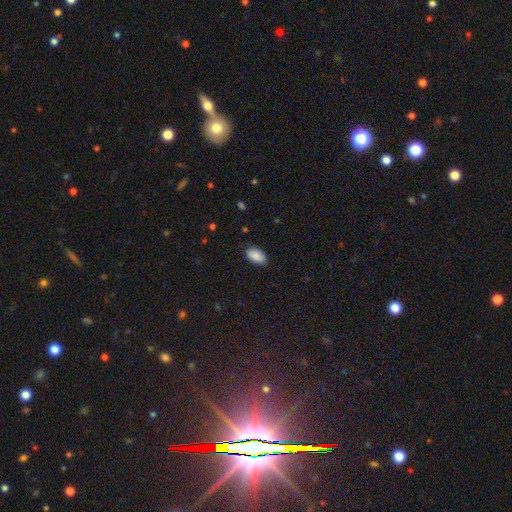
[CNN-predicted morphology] A smooth galaxy with no disk features (88%) that is in between round and cigar-shaped (94%).

Vote fractions:
- Smooth or featured? smooth: 88% / star or artifact: 7% / featured or disk: 5%
- How rounded? in between: 94% / round: 4% / cigar-shaped: 2%
- Merging? none: 86% / minor disturbance: 11% / major disturbance: 2% / merger: 1%